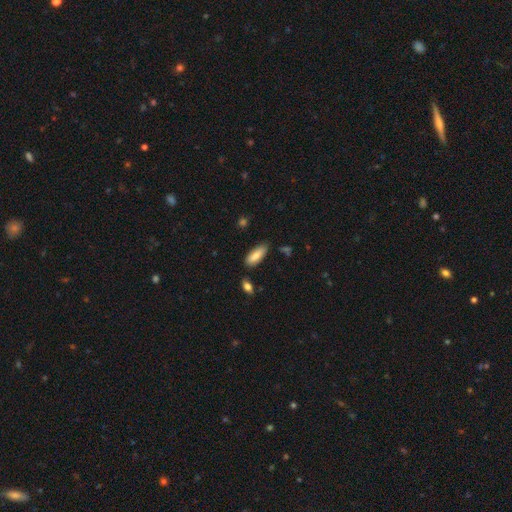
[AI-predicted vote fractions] A smooth galaxy with no disk features (82%) that is in between round and cigar-shaped (70%).

Vote fractions:
- Smooth or featured? smooth: 82% / featured or disk: 12% / star or artifact: 6%
- How rounded? in between: 70% / cigar-shaped: 29% / round: 2%
- Merging? none: 77% / minor disturbance: 17% / merger: 3% / major disturbance: 3%